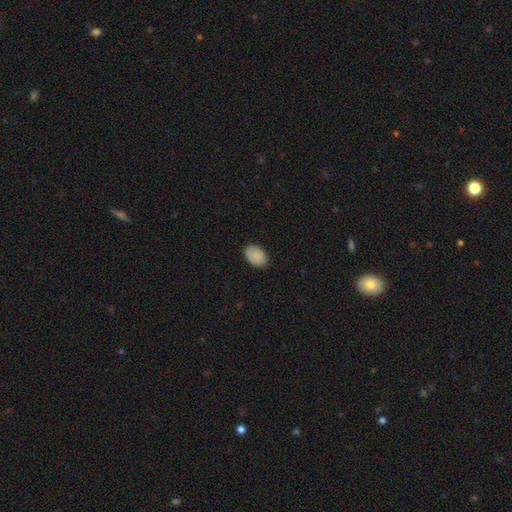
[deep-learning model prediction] Smooth or featured? Predicted: smooth (p=0.89). How rounded? Predicted: in between (p=0.84). Merging? Predicted: none (p=0.86).